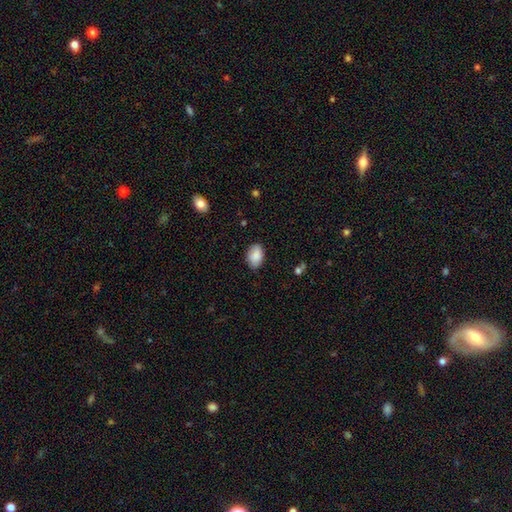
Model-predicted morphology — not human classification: Smooth or featured?
  - smooth: 86% *
  - featured or disk: 7%
  - star or artifact: 7%
How rounded?
  - in between: 88% *
  - round: 10%
  - cigar-shaped: 1%
Merging?
  - none: 80% *
  - minor disturbance: 16%
  - major disturbance: 3%
  - merger: 1%